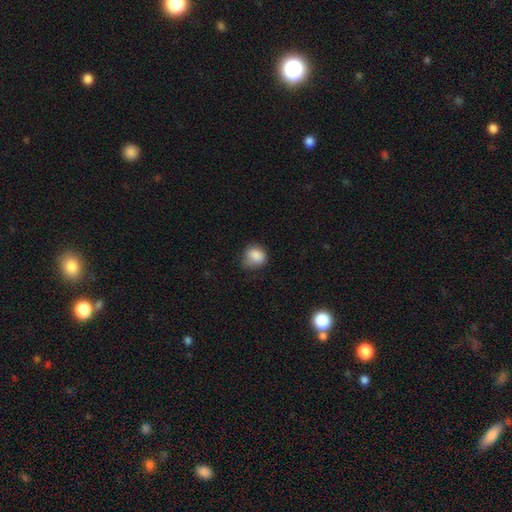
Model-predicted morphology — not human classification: type=smooth (85%); roundness=round (62%); merging=none (52%).